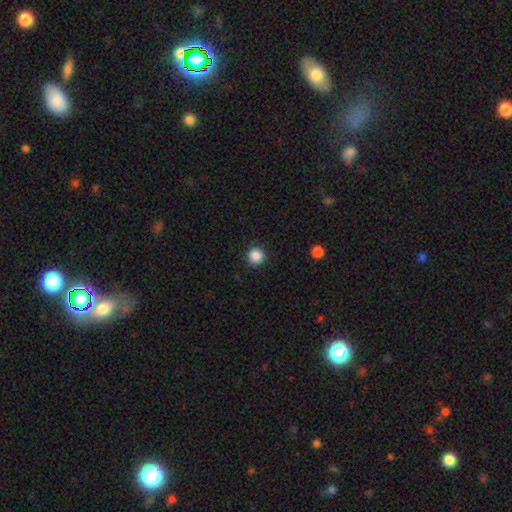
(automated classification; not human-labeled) Smooth or featured? smooth (87%)
How rounded? round (95%)
Merging? none (92%)